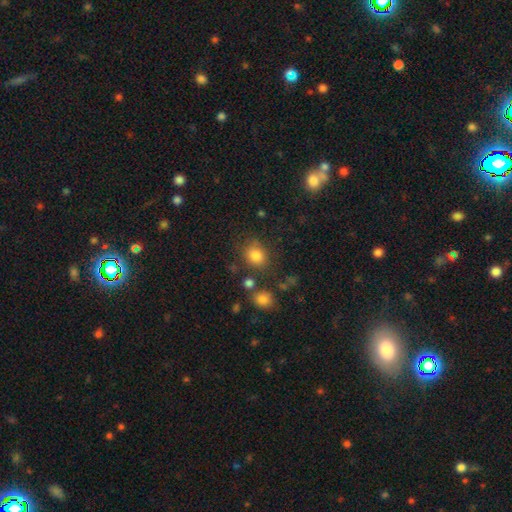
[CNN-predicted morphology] type=smooth (82%); roundness=round (65%); merging=none (74%).